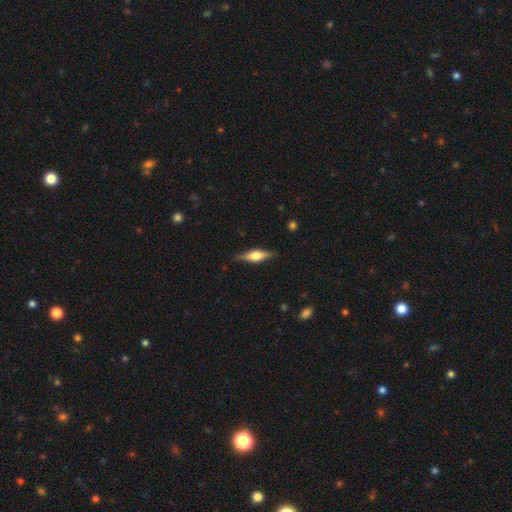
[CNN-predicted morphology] Overall: featured or disk (67%). Edge-on disk: yes (96%). Edge-on bulge: rounded (87%). Merging: none (86%).